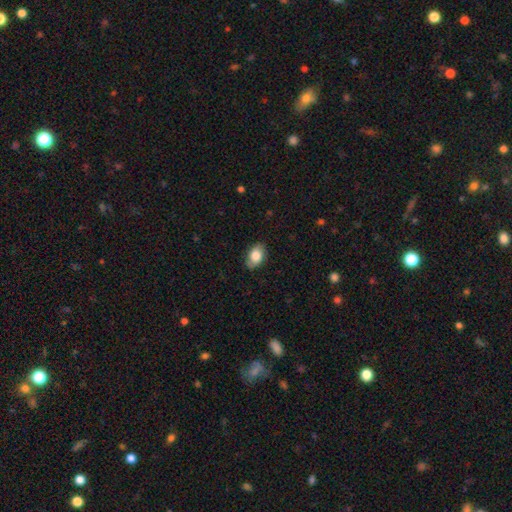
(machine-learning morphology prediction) Q: Smooth or featured?
A: smooth (80%); runner-up: featured or disk (14%)
Q: How rounded?
A: in between (89%); runner-up: round (10%)
Q: Merging?
A: none (82%); runner-up: minor disturbance (14%)